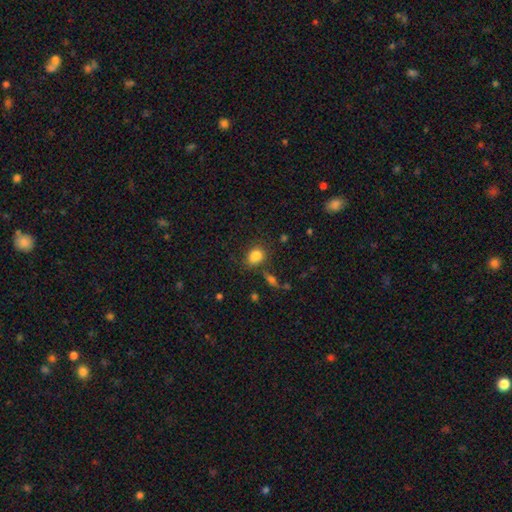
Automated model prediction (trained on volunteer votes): smooth 83%, star or artifact 11%, featured or disk 6%. Down the decision tree: how rounded — in between (57%); merging — none (68%).